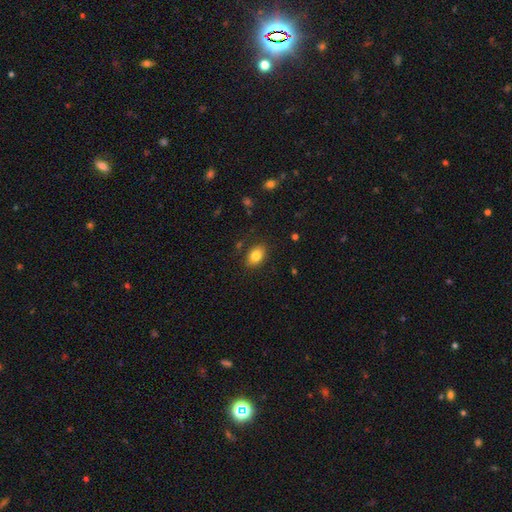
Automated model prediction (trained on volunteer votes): This appears to be a smooth galaxy with no disk features (82%) that is in between round and cigar-shaped (83%). Merging: none (84%).